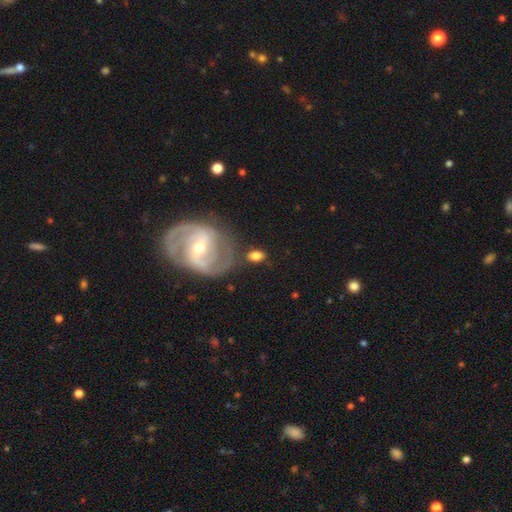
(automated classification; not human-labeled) Overall: smooth (64%; featured or disk 28%). How rounded: in between (79%). Merging: none (62%).